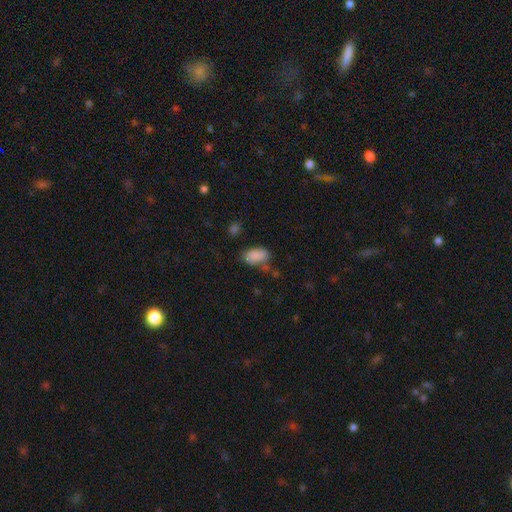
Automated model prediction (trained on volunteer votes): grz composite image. It shows a smooth galaxy with no disk features (86%) that is in between round and cigar-shaped (93%). Merging: none (59%).